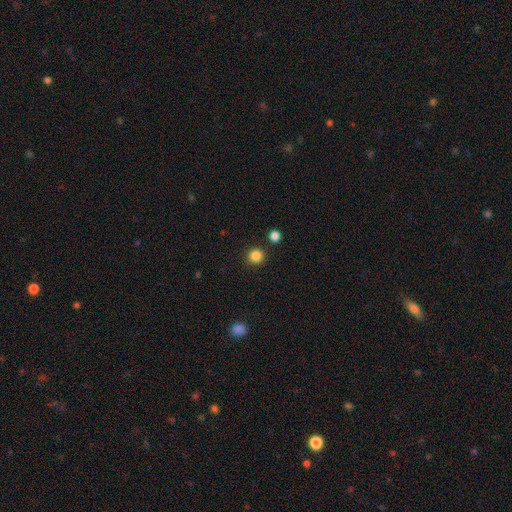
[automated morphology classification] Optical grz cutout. It shows a smooth galaxy with no disk features (84%) that is round (94%). Merging: none (89%).